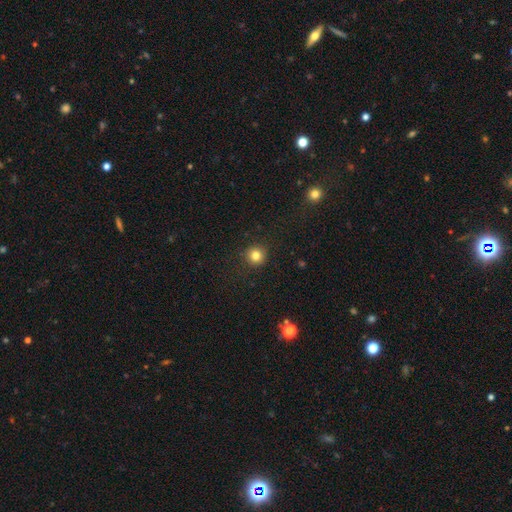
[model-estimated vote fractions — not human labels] This is clearly a smooth galaxy (82%). How rounded: clearly round (94%). Merging: clearly none (91%).